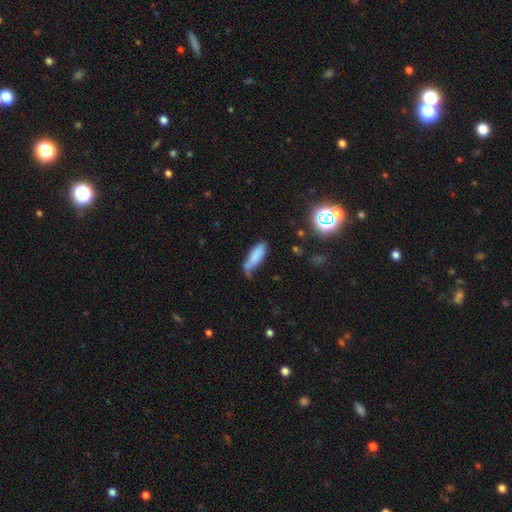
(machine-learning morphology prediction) Overall: smooth (79%). How rounded: cigar-shaped (52%; in between 46%). Merging: none (42%; minor disturbance 39%).